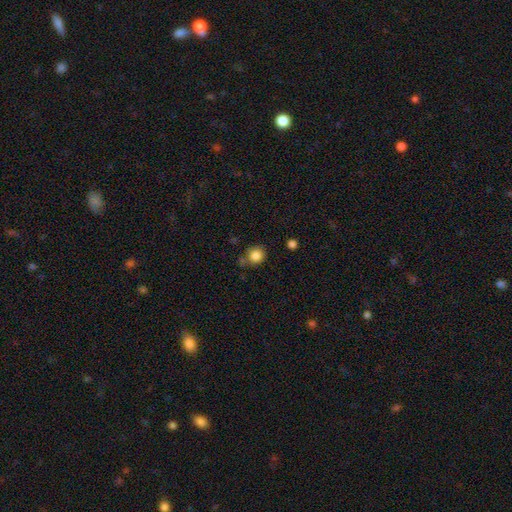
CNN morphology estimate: The model was most divided on "merging": none: 71%, minor disturbance: 17%, merger: 8%, major disturbance: 5%. More confident: smooth or featured — smooth (85%); how rounded — round (85%).